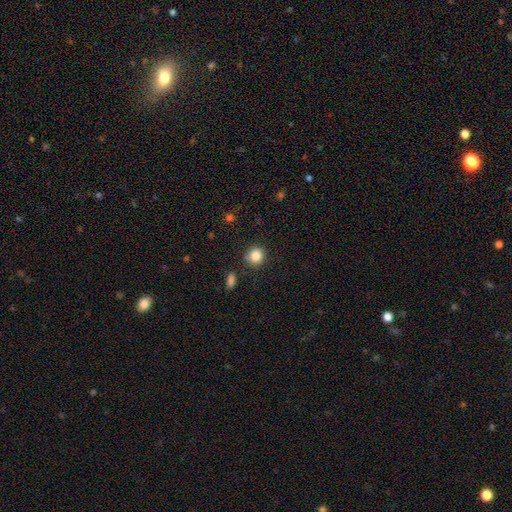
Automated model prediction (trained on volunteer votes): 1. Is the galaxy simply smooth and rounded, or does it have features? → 85% smooth, 10% star or artifact, 5% featured or disk.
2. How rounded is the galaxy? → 87% round, 12% in between, 1% cigar-shaped.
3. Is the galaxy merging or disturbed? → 83% none, 11% minor disturbance, 3% merger, 3% major disturbance.